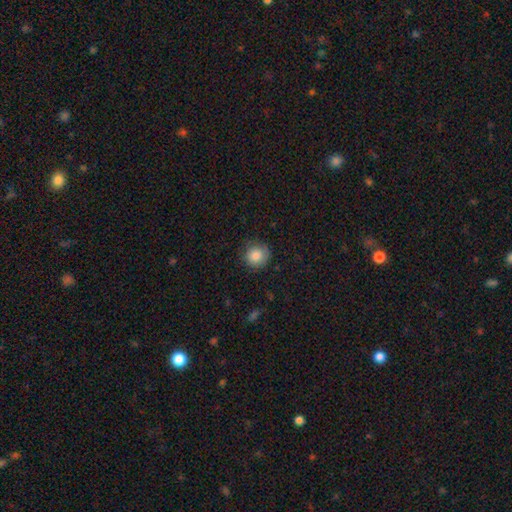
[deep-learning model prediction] Morphology: type=smooth (83%); roundness=round (91%); merging=none (81%).